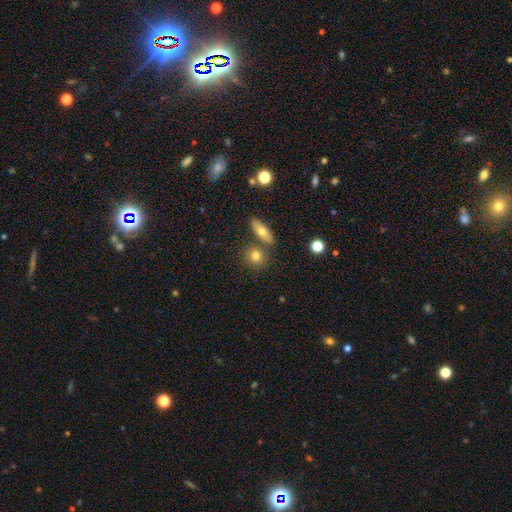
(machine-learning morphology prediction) smooth-or-featured: smooth: 76% | featured or disk: 14% | star or artifact: 10%
  how-rounded: round: 70% | in between: 24% | cigar-shaped: 5%
  merging: none: 68% | merger: 20% | minor disturbance: 9% | major disturbance: 3%